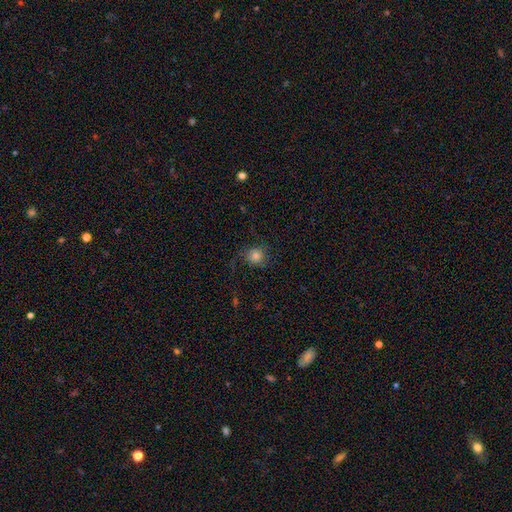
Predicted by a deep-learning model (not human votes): Overall: smooth (75%). How rounded: round (86%). Merging: none (71%).